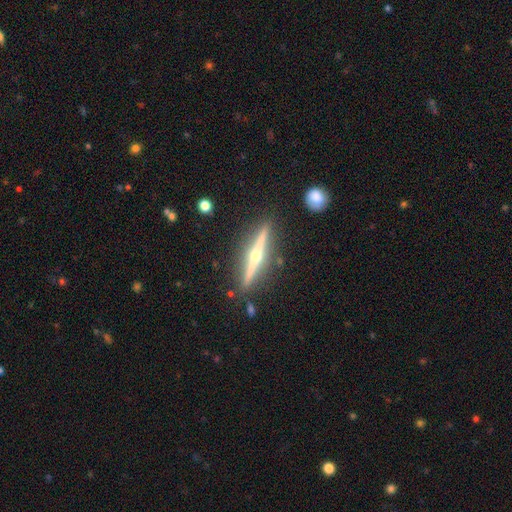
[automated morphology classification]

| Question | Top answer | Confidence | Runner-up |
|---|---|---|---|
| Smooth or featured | featured or disk | 85% | smooth (10%) |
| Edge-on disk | yes | 98% | no (2%) |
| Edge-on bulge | rounded | 95% | none (3%) |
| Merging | none | 90% | minor disturbance (7%) |